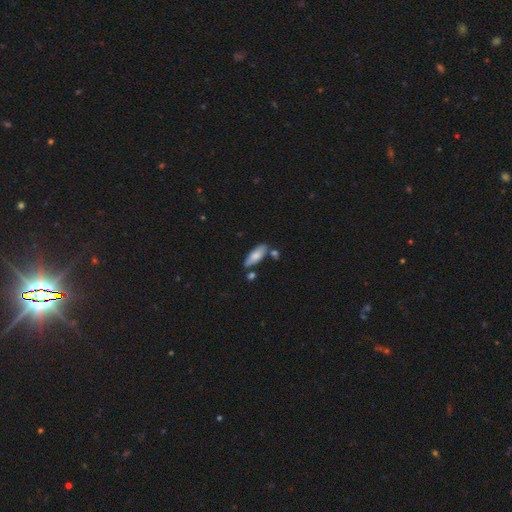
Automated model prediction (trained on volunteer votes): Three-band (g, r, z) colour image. It shows a smooth galaxy with no disk features (74%) that is in between round and cigar-shaped (66%). Merging: none (74%).